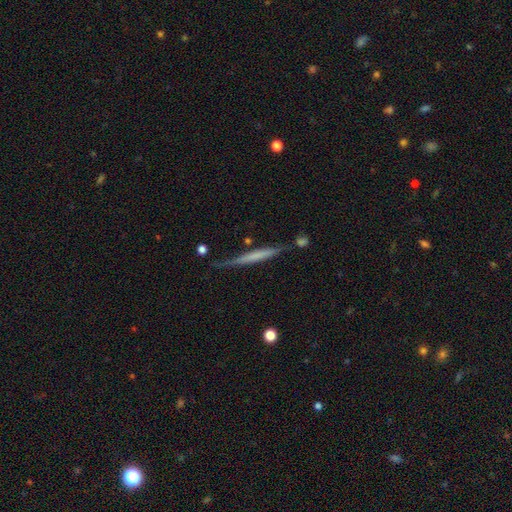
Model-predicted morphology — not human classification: This appears to be a featured or disk galaxy (52%) viewed edge-on (95%). Merging: none (74%).